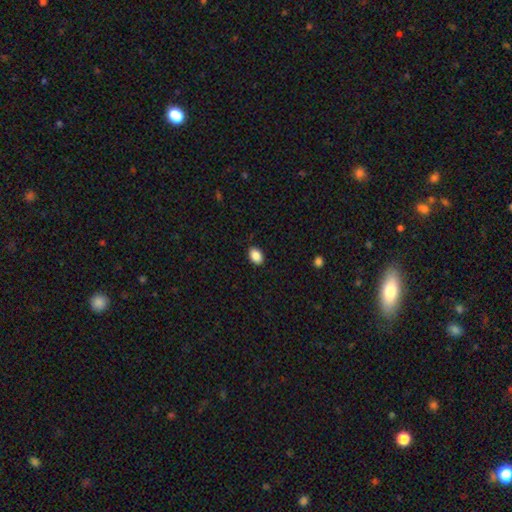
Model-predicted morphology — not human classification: Overall: smooth (88%). How rounded: in between (80%). Merging: none (89%).